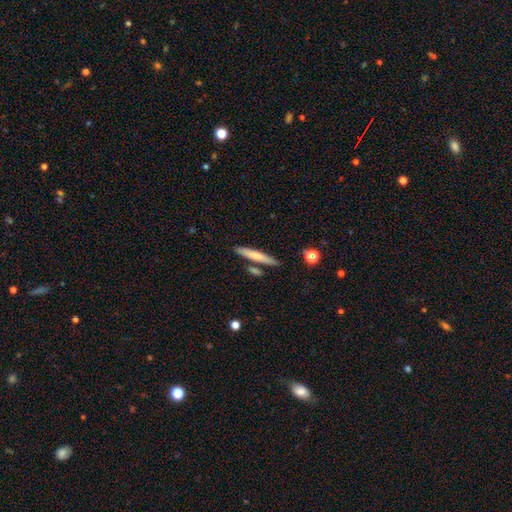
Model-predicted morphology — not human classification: smooth_or_featured: smooth (p=0.68) [alt: featured or disk p=0.26]
how_rounded: cigar-shaped (p=0.93) [alt: in between p=0.06]
merging: none (p=0.79) [alt: minor disturbance p=0.10]